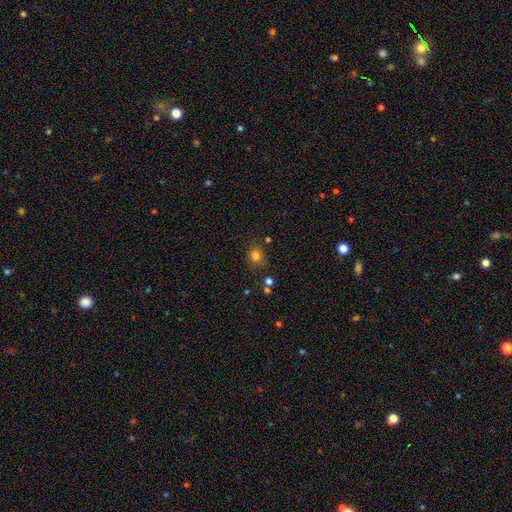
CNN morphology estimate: This appears to be a smooth galaxy with no disk features (78%) that is round (72%). Merging: none (72%).